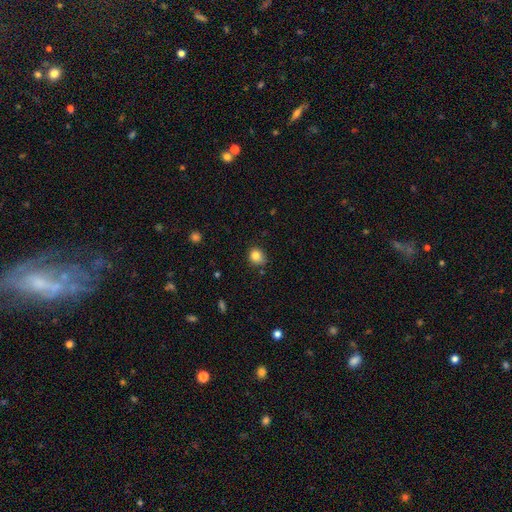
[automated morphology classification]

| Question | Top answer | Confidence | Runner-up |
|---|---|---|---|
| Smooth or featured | smooth | 83% | star or artifact (11%) |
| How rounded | round | 70% | in between (29%) |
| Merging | none | 78% | minor disturbance (17%) |